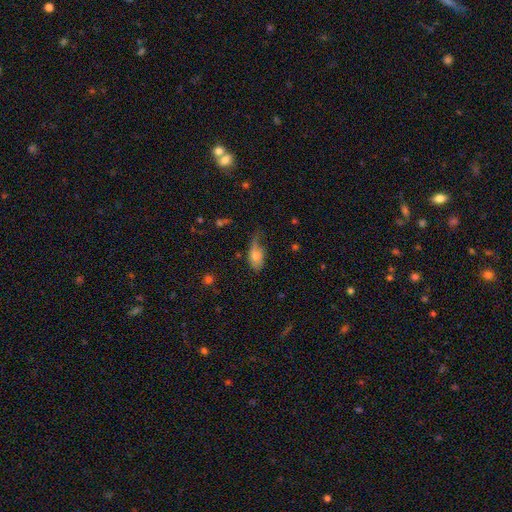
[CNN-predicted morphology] Q: Smooth or featured?
A: smooth (65%); runner-up: featured or disk (27%)
Q: How rounded?
A: in between (87%); runner-up: round (7%)
Q: Merging?
A: minor disturbance (37%); runner-up: none (31%)